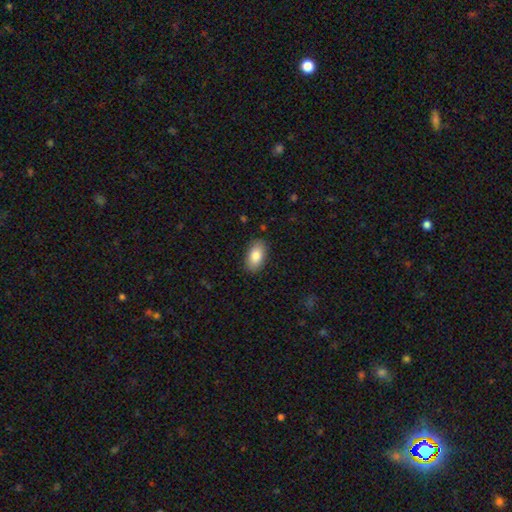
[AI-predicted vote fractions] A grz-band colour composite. It shows a smooth galaxy with no disk features (86%) that is in between round and cigar-shaped (93%). Merging: none (87%).